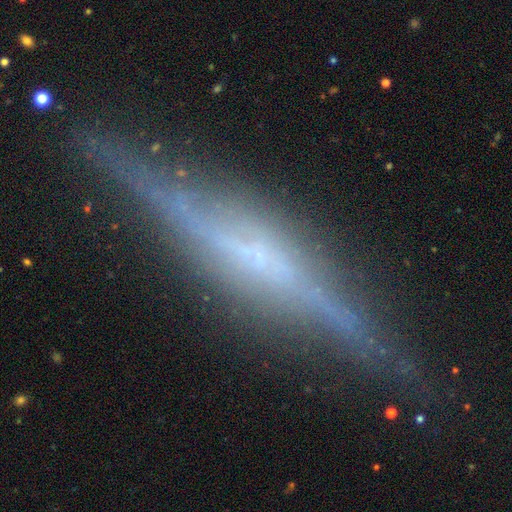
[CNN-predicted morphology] A featured or disk galaxy (84%) viewed edge-on (96%) with a rounded central bulge (42%).

Vote fractions:
- Smooth or featured? featured or disk: 84% / smooth: 8% / star or artifact: 7%
- Edge-on disk? yes: 96% / no: 4%
- Edge-on bulge? rounded: 42% / boxy: 30% / none: 28%
- Merging? none: 84% / minor disturbance: 12% / major disturbance: 3% / merger: 1%